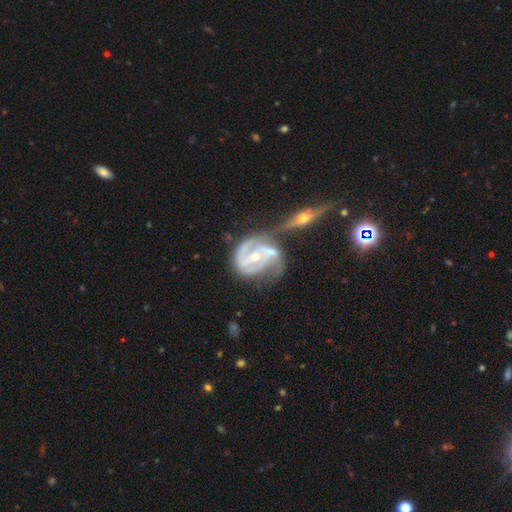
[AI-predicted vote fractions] Smooth or featured? featured or disk (89%)
Edge-on disk? no (96%)
Bar? weak (38%)
Spiral arms? yes (96%)
Spiral winding? tight (50%)
Spiral arm count? 2 (66%)
Bulge size? small (54%)
Merging? merger (43%)